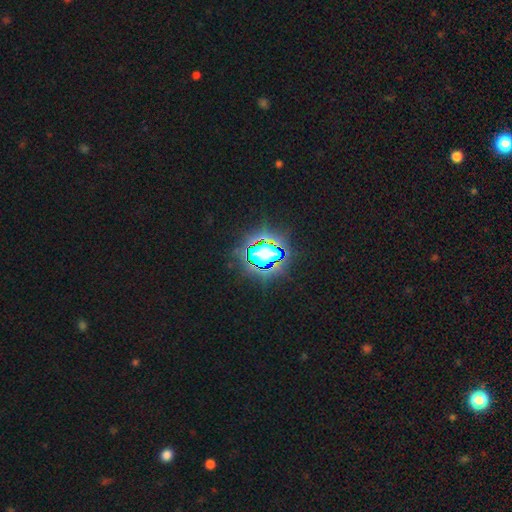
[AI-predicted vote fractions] Overall: star or artifact (77%).